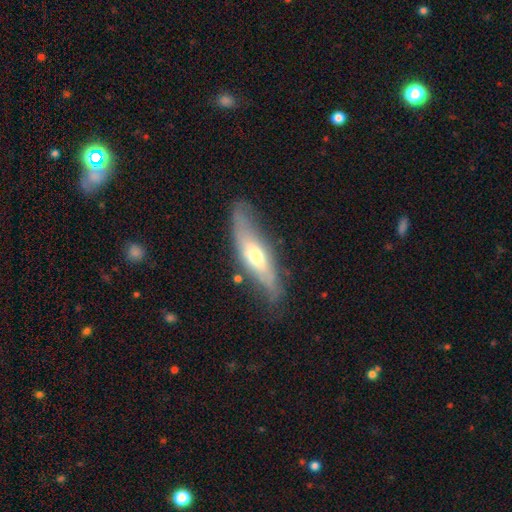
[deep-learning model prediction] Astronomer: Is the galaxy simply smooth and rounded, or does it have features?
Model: featured or disk — 53% (runner-up: smooth, 40%).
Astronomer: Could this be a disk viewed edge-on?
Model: yes — 57% (runner-up: no, 43%).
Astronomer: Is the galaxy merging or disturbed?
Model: none — 69%.